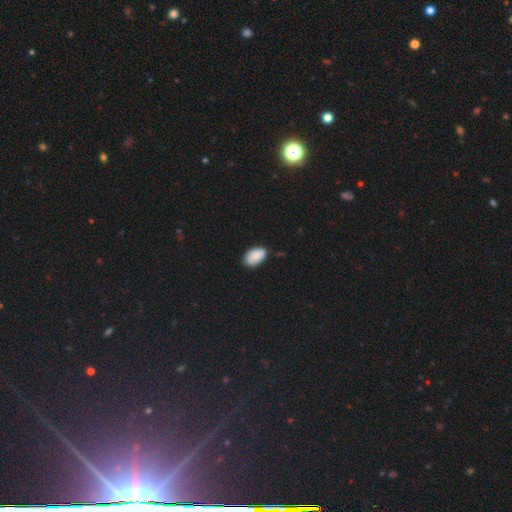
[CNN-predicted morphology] Overall: smooth (88%). How rounded: in between (94%). Merging: none (77%).